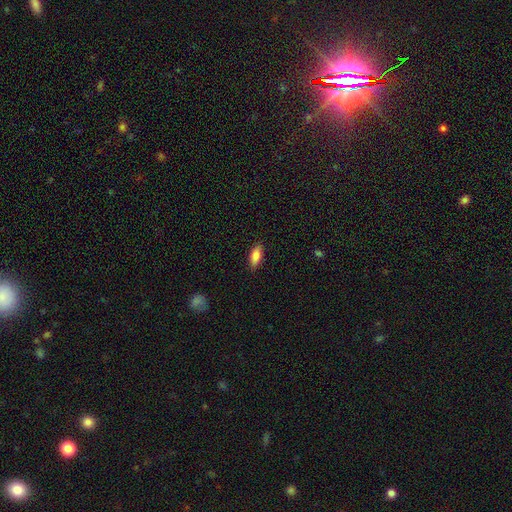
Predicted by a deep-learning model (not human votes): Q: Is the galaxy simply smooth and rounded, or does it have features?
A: smooth — 84%.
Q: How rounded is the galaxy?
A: in between — 77%.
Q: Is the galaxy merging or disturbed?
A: none — 86%.